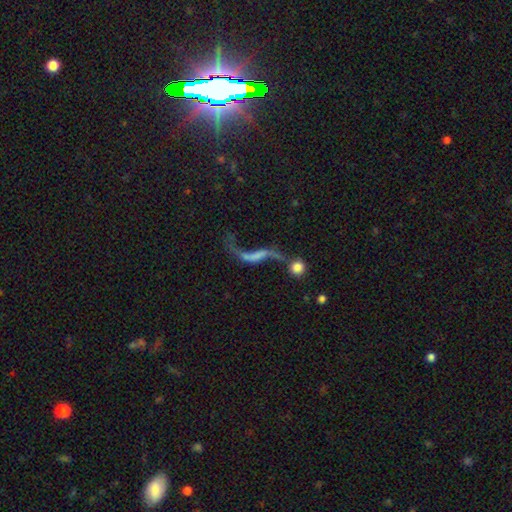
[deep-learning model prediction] featured or disk 76%, smooth 14%, star or artifact 10%. Down the decision tree: edge-on disk — no (90%); bar — no (44%); spiral arms — yes (83%); spiral arm count — 2 (87%); spiral winding — loose (96%); bulge size — none (64%); merging — none (42%).